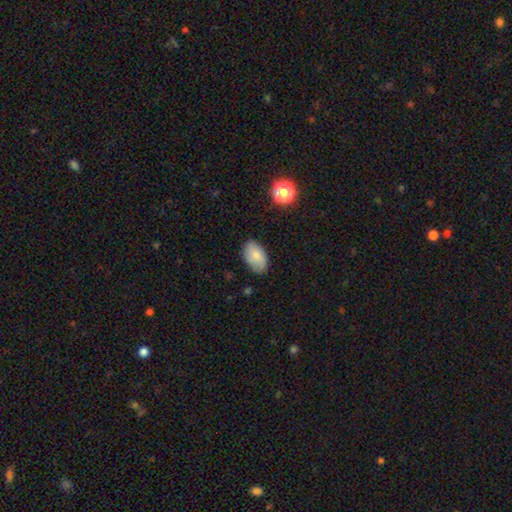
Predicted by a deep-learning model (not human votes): smooth_or_featured: smooth (p=0.78) [alt: featured or disk p=0.14]
how_rounded: in between (p=0.92) [alt: round p=0.06]
merging: none (p=0.81) [alt: minor disturbance p=0.15]